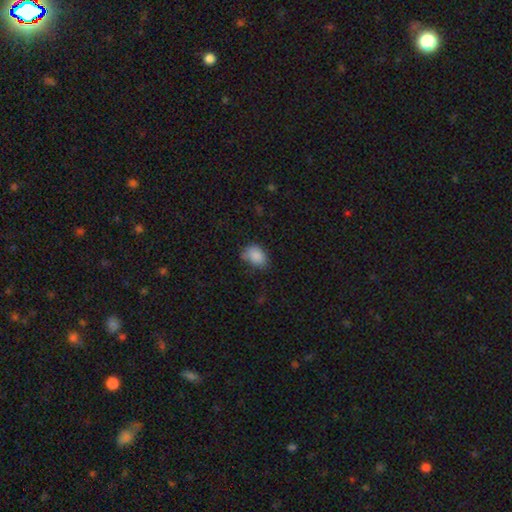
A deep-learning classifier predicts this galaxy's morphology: Smooth or featured? smooth (86%)
How rounded? in between (78%)
Merging? none (61%)